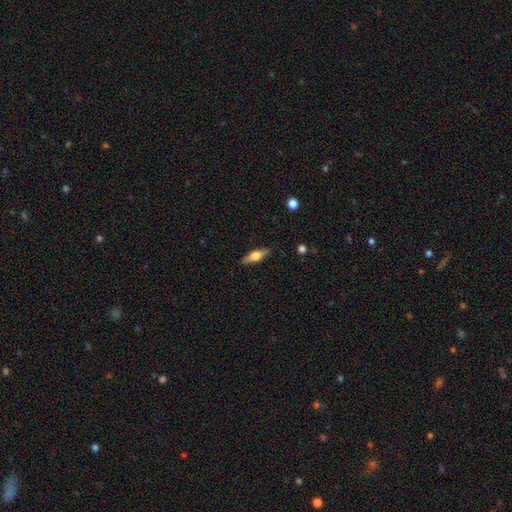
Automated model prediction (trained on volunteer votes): A featured or disk galaxy (52%) viewed edge-on (94%).

Vote fractions:
- Smooth or featured? featured or disk: 52% / smooth: 42% / star or artifact: 6%
- Edge-on disk? yes: 94% / no: 6%
- Merging? none: 87% / minor disturbance: 10% / major disturbance: 2% / merger: 1%